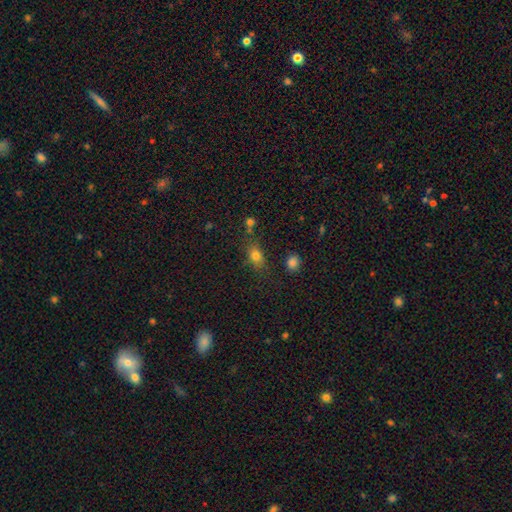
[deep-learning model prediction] The model was most divided on "how rounded": in between: 67%, round: 28%, cigar-shaped: 4%. More confident: smooth or featured — smooth (76%); merging — none (70%).